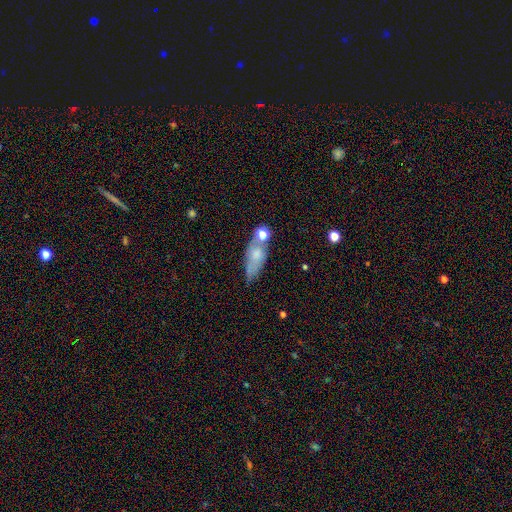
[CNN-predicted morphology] Overall: smooth (61%; featured or disk 29%). How rounded: in between (71%). Merging: none (46%; minor disturbance 24%).